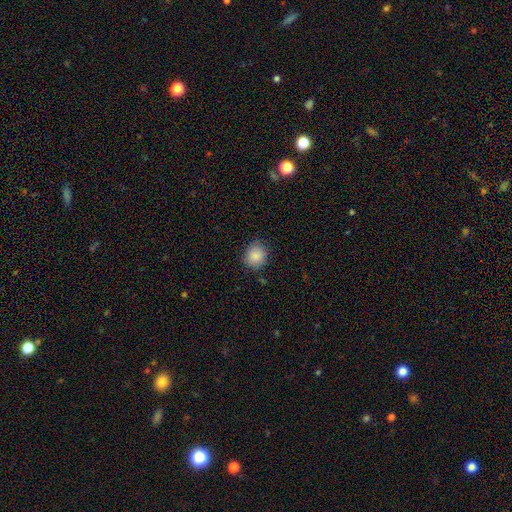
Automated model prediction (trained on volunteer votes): smooth-or-featured: smooth: 87% | star or artifact: 9% | featured or disk: 5%
  how-rounded: round: 78% | in between: 21% | cigar-shaped: 1%
  merging: none: 82% | minor disturbance: 14% | major disturbance: 3% | merger: 1%